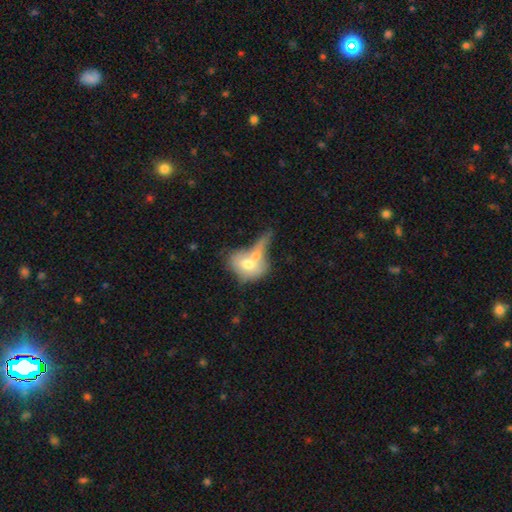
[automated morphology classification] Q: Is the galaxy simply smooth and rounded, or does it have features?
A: smooth — 61%.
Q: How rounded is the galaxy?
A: in between — 60%.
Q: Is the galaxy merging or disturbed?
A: merger — 61%.